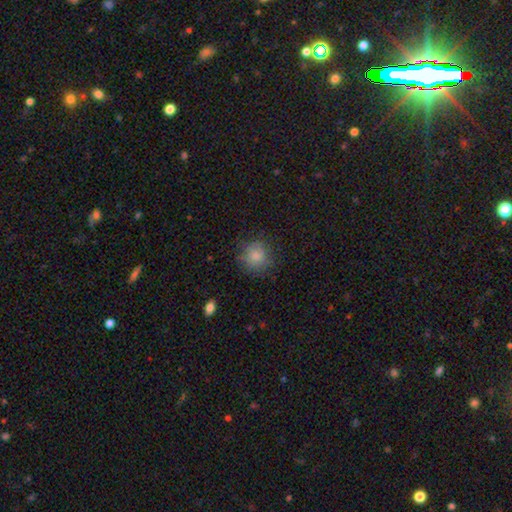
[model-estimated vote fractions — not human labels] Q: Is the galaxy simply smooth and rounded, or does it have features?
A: smooth — 80%.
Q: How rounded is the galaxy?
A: round — 89%.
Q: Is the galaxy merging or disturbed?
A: none — 75%.